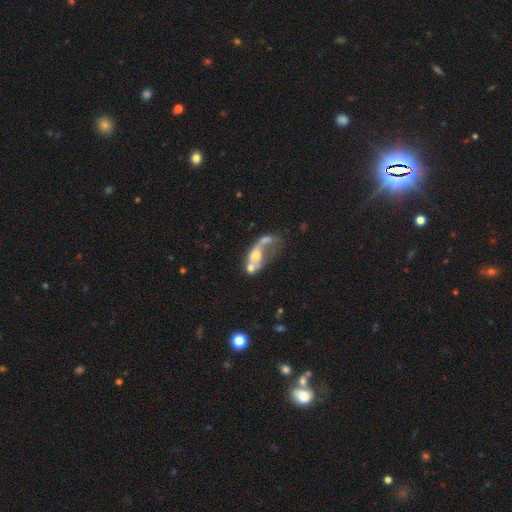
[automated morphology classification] Smooth or featured? Predicted: featured or disk (p=0.58). Edge-on disk? Predicted: no (p=0.91). Bar? Predicted: no (p=0.76). Spiral arms? Predicted: no (p=0.62). Bulge size? Predicted: moderate (p=0.59). Merging? Predicted: merger (p=0.49).